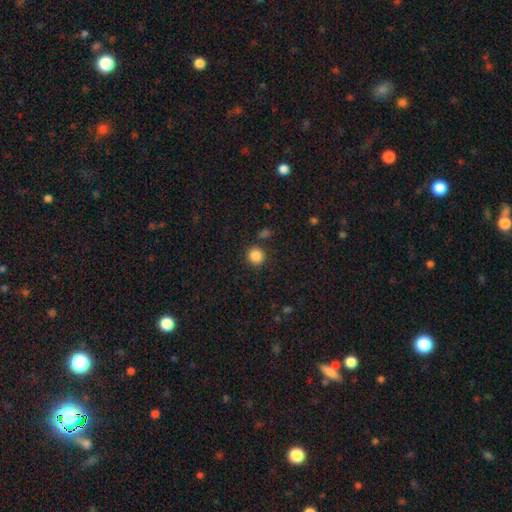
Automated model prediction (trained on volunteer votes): smooth-or-featured: smooth: 86% | star or artifact: 10% | featured or disk: 3%
  how-rounded: round: 93% | in between: 6% | cigar-shaped: 1%
  merging: none: 87% | minor disturbance: 7% | merger: 3% | major disturbance: 2%